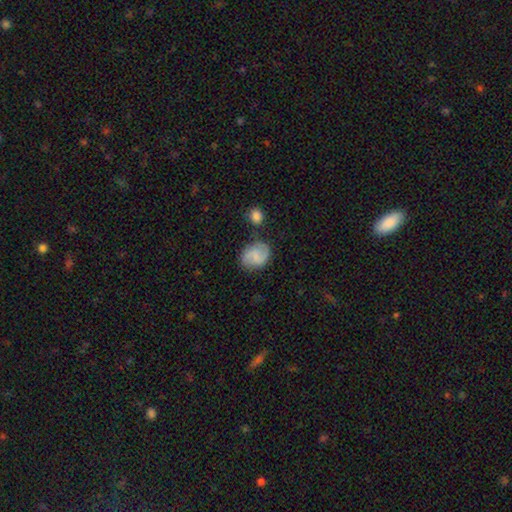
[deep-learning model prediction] This is possibly a featured or disk galaxy (47%). Merging: likely none (71%).